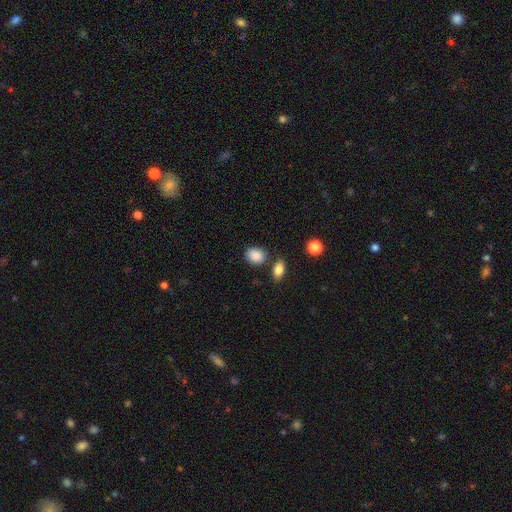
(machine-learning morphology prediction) Smooth or featured? Predicted: smooth (p=0.87). How rounded? Predicted: in between (p=0.53). Merging? Predicted: none (p=0.75).